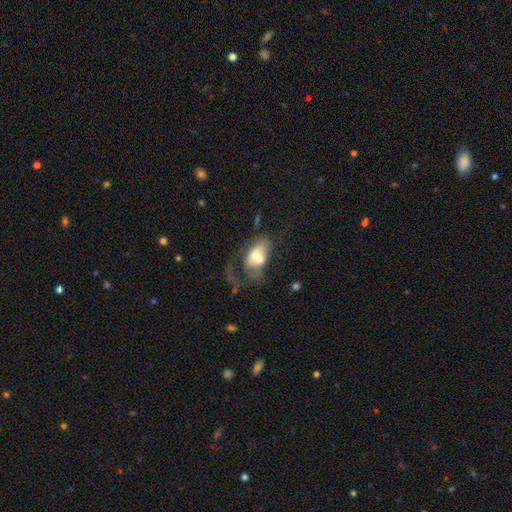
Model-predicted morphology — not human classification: This is possibly a smooth galaxy (54%). How rounded: clearly in between (86%). Merging: marginally major disturbance (38%).